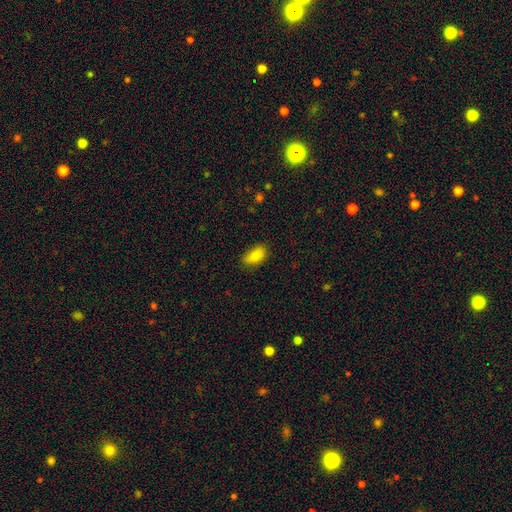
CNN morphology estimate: A smooth galaxy with no disk features (86%) that is in between round and cigar-shaped (91%). Merging: none (80%).